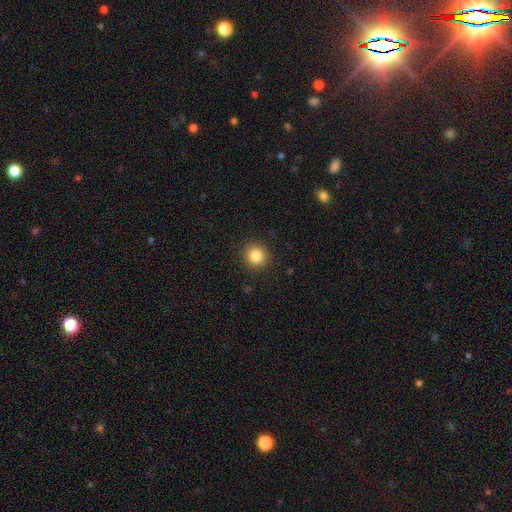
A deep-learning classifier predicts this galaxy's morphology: Smooth or featured? smooth (84%)
How rounded? round (91%)
Merging? none (91%)